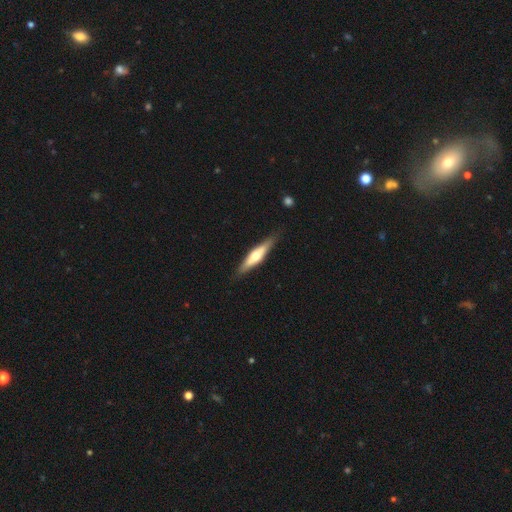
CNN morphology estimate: A featured or disk galaxy (53%) viewed edge-on (91%). Merging: none (85%).